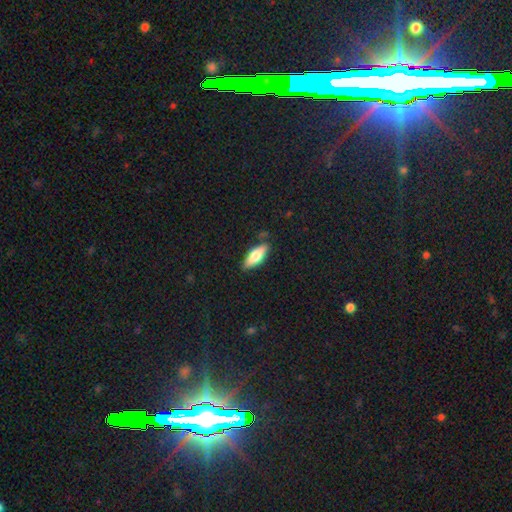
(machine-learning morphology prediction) Smooth or featured: smooth — 66% (featured or disk — 28%)
How rounded: in between — 66% (cigar-shaped — 31%)
Merging: none — 83% (minor disturbance — 12%)